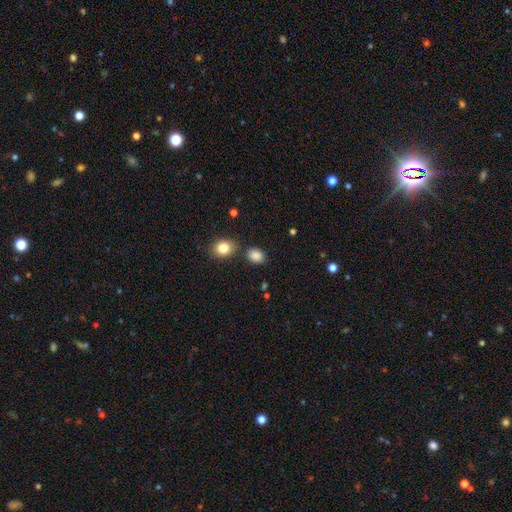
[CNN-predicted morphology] Overall: smooth (86%). How rounded: in between (72%). Merging: none (77%).